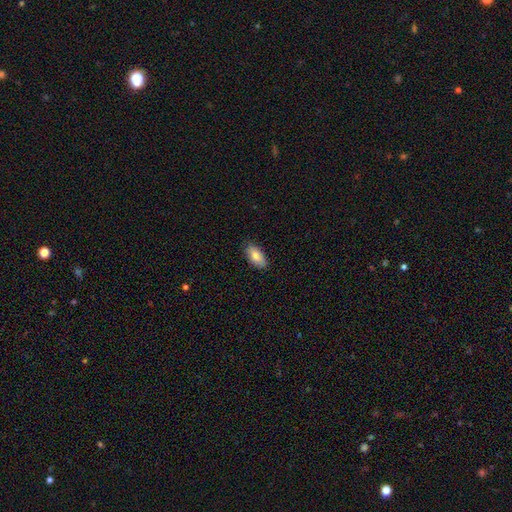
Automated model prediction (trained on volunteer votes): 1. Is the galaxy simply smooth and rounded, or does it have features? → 80% smooth, 13% featured or disk, 7% star or artifact.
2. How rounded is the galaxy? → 92% in between, 5% cigar-shaped, 3% round.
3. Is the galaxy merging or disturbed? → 86% none, 11% minor disturbance, 2% major disturbance, 1% merger.